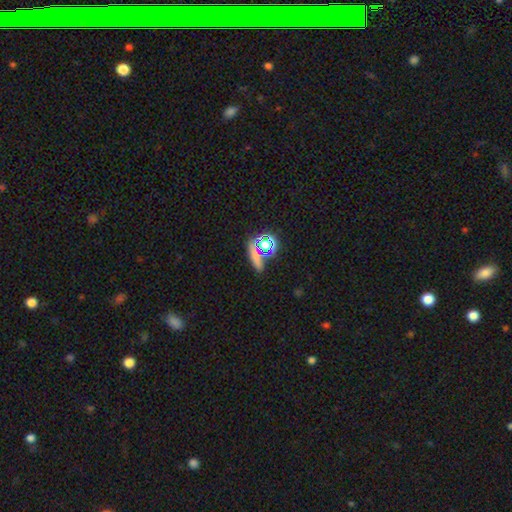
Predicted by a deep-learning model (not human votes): smooth 53%, star or artifact 36%, featured or disk 12%. Down the decision tree: how rounded — cigar-shaped (35%); merging — none (74%).